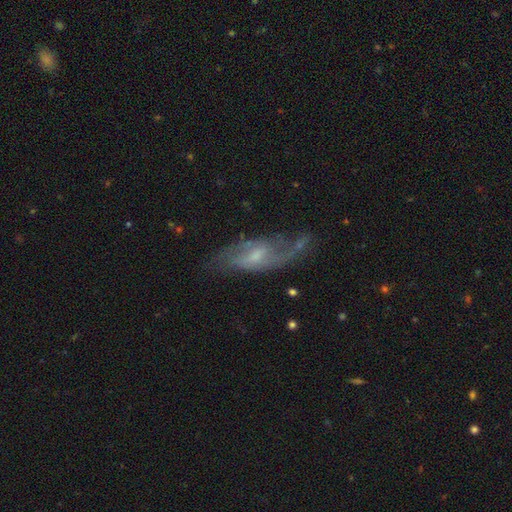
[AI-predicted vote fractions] This appears to be a featured or disk galaxy (75%) with a weak bar (53%), 2 (73%) loose (44%) spiral arms (88%) and a small central bulge (45%). Merging: none (59%).